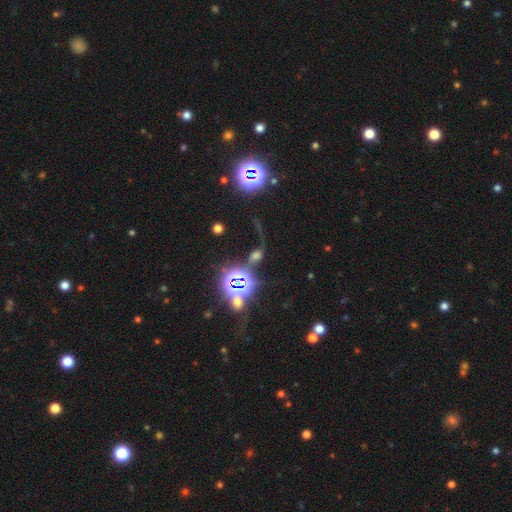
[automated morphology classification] type=star or artifact (48%).